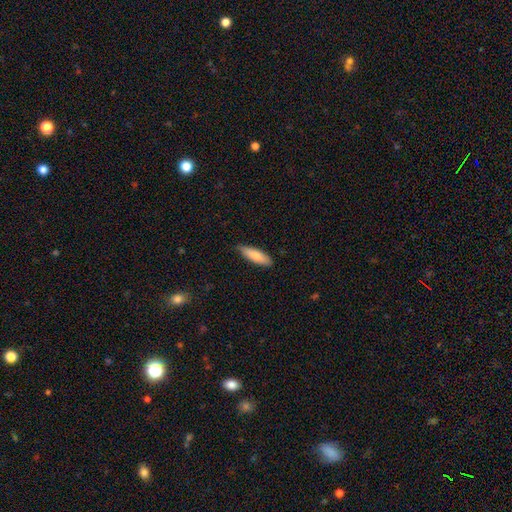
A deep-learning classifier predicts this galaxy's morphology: A smooth galaxy with no disk features (82%) that is cigar-shaped (56%).

Vote fractions:
- Smooth or featured? smooth: 82% / featured or disk: 12% / star or artifact: 6%
- How rounded? cigar-shaped: 56% / in between: 42% / round: 1%
- Merging? none: 81% / minor disturbance: 16% / major disturbance: 2% / merger: 1%